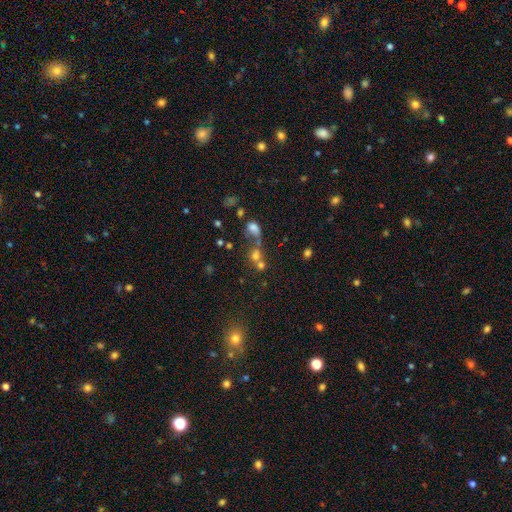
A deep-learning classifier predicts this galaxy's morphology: A smooth galaxy with no disk features (65%) that is round (75%).

Vote fractions:
- Smooth or featured? smooth: 65% / star or artifact: 21% / featured or disk: 14%
- How rounded? round: 75% / in between: 23% / cigar-shaped: 2%
- Merging? merger: 50% / none: 35% / minor disturbance: 8% / major disturbance: 7%